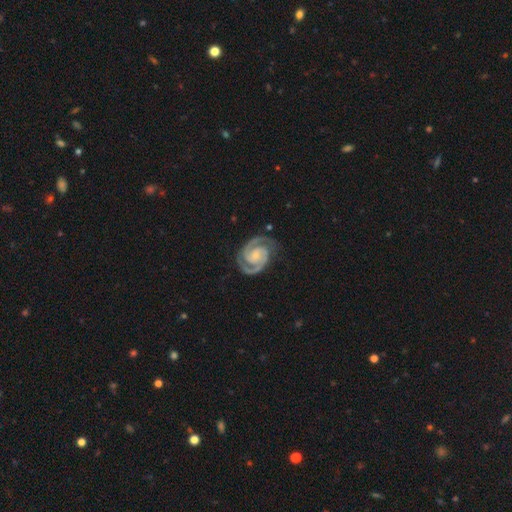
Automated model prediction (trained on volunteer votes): This appears to be a featured or disk galaxy (94%) with no bar (54%), 2 (93%) tight (59%) spiral arms (99%) and a small central bulge (55%). Merging: none (81%).